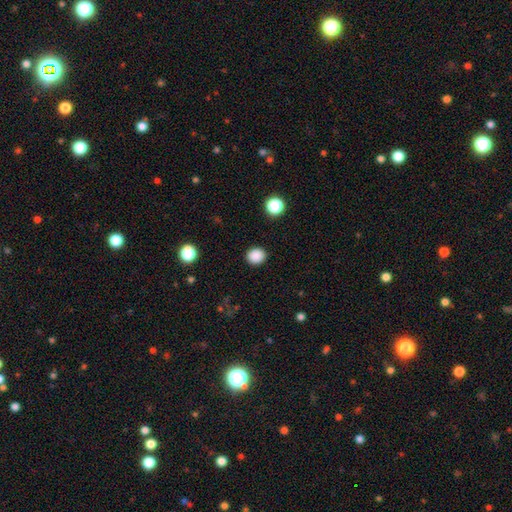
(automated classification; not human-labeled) Morphology: type=smooth (87%); roundness=round (84%); merging=none (90%).